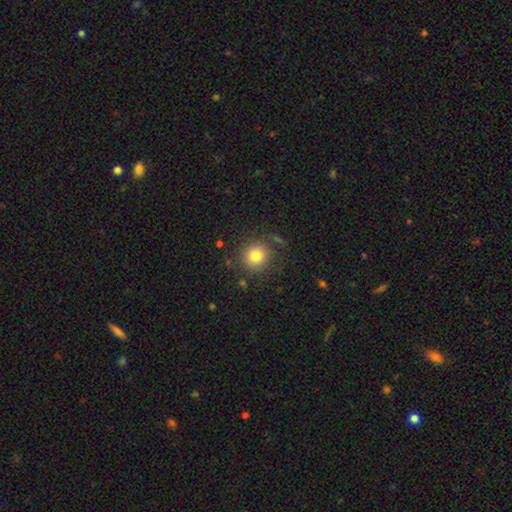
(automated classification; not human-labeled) A smooth galaxy with no disk features (81%) that is round (92%).

Vote fractions:
- Smooth or featured? smooth: 81% / star or artifact: 11% / featured or disk: 8%
- How rounded? round: 92% / in between: 7% / cigar-shaped: 1%
- Merging? none: 82% / minor disturbance: 10% / major disturbance: 5% / merger: 3%